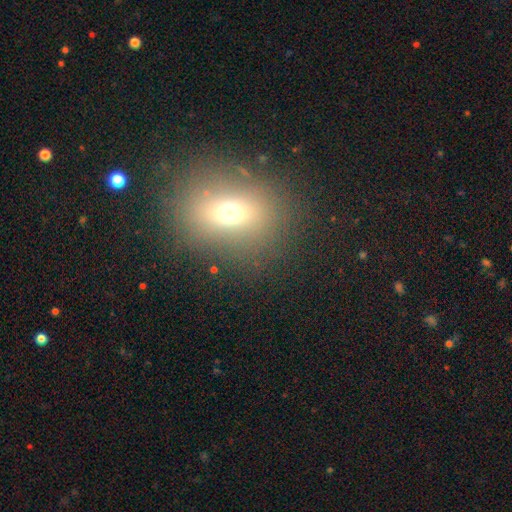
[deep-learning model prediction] This appears to be a smooth galaxy with no disk features (63%) that is in between round and cigar-shaped (58%). Merging: none (84%).